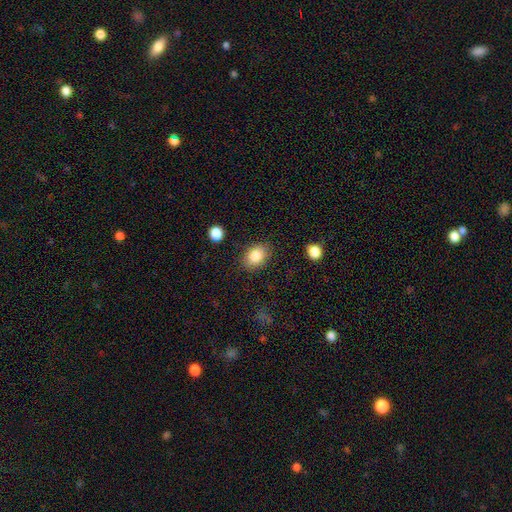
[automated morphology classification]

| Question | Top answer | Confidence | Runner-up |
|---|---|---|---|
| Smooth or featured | smooth | 85% | star or artifact (8%) |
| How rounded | in between | 71% | round (28%) |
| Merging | none | 83% | minor disturbance (12%) |